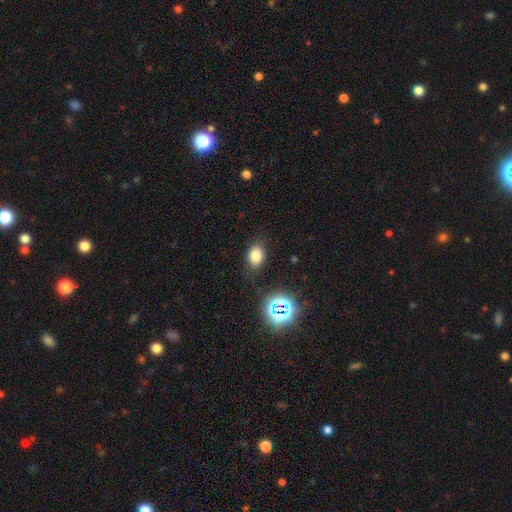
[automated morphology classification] A smooth galaxy with no disk features (75%) that is in between round and cigar-shaped (71%). Merging: none (82%).